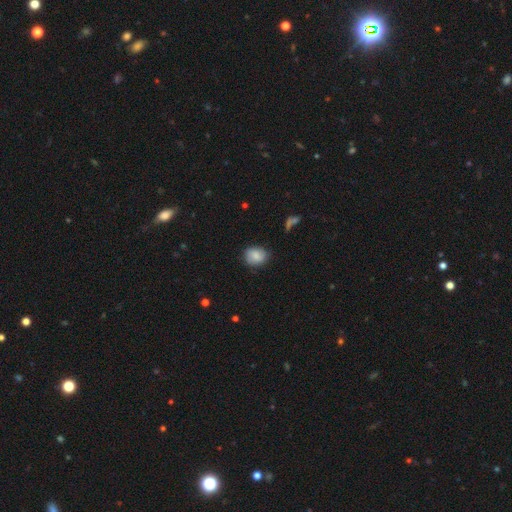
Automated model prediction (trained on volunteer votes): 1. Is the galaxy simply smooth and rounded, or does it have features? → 78% smooth, 14% featured or disk, 8% star or artifact.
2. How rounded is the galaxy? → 58% round, 41% in between, 1% cigar-shaped.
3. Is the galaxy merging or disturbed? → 75% none, 19% minor disturbance, 4% major disturbance, 2% merger.